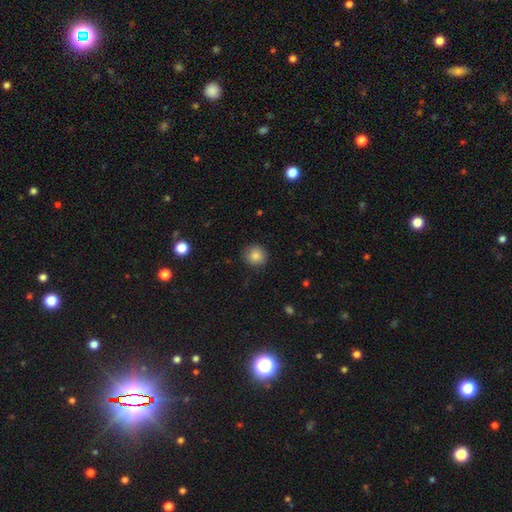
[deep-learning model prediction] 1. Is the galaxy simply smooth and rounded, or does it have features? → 85% smooth, 10% star or artifact, 6% featured or disk.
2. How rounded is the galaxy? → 89% round, 10% in between, 1% cigar-shaped.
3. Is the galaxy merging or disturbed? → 87% none, 10% minor disturbance, 2% major disturbance, 1% merger.